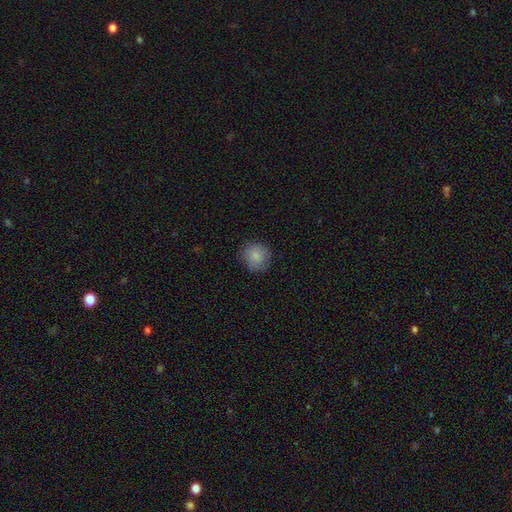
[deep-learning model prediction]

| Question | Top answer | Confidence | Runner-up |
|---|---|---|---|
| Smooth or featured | smooth | 85% | star or artifact (8%) |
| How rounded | round | 90% | in between (9%) |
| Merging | none | 81% | minor disturbance (14%) |